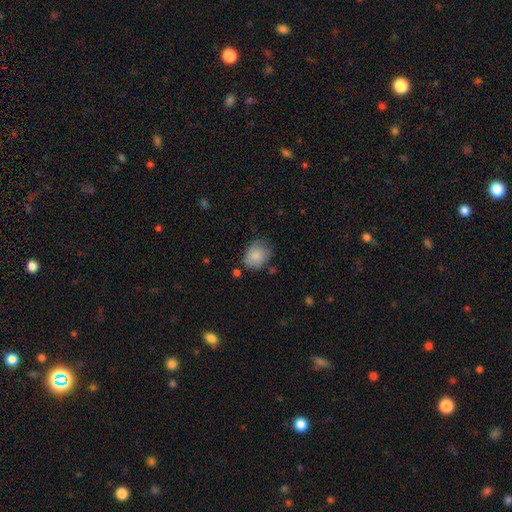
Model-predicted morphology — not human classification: Q: Smooth or featured?
A: smooth (83%); runner-up: featured or disk (10%)
Q: How rounded?
A: in between (51%); runner-up: round (48%)
Q: Merging?
A: none (63%); runner-up: minor disturbance (27%)